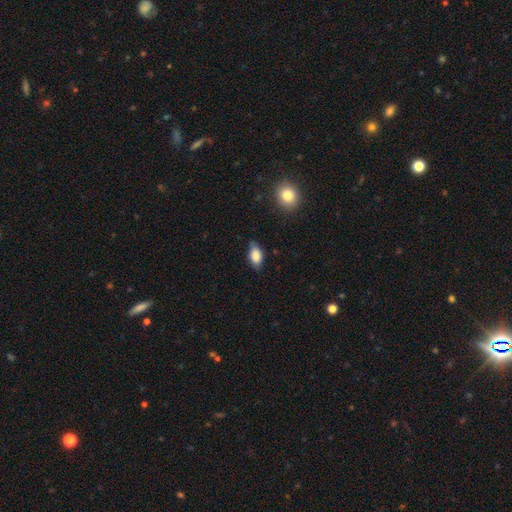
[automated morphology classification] A smooth galaxy with no disk features (85%) that is in between round and cigar-shaped (91%).

Vote fractions:
- Smooth or featured? smooth: 85% / featured or disk: 8% / star or artifact: 7%
- How rounded? in between: 91% / cigar-shaped: 5% / round: 5%
- Merging? none: 77% / minor disturbance: 19% / major disturbance: 3% / merger: 1%